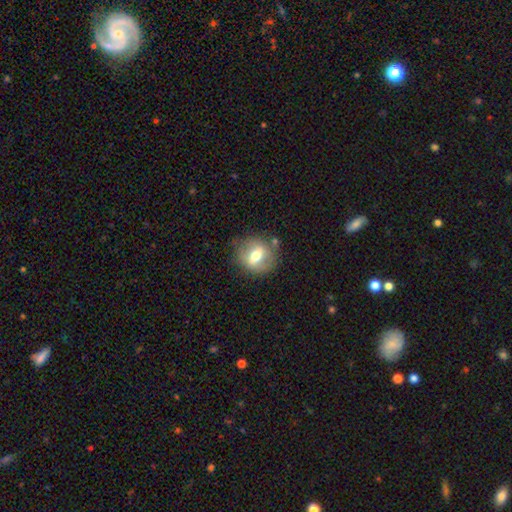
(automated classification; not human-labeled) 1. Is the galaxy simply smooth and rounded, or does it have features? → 46% smooth (tied), 46% featured or disk (tied), 8% star or artifact.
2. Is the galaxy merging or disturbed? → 75% none, 15% minor disturbance, 6% major disturbance, 4% merger.